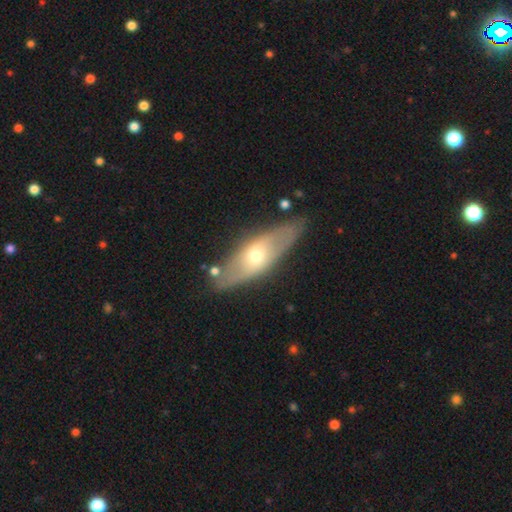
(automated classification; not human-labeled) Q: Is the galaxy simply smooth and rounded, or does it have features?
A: featured or disk — 57%.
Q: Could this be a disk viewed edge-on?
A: no — 64%.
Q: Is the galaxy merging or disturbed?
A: none — 79%.